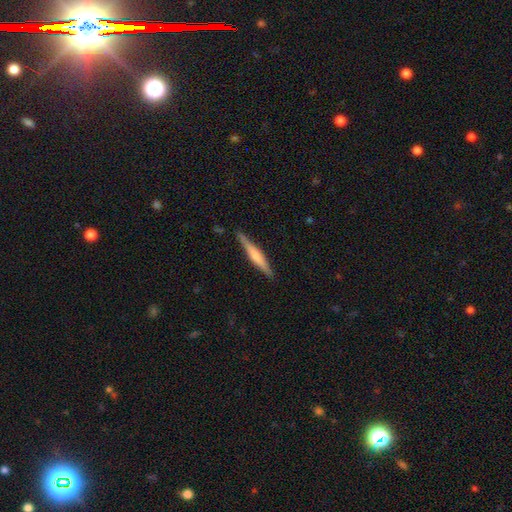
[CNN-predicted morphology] featured or disk 49%, smooth 46%, star or artifact 5%. Down the decision tree: merging — none (87%).